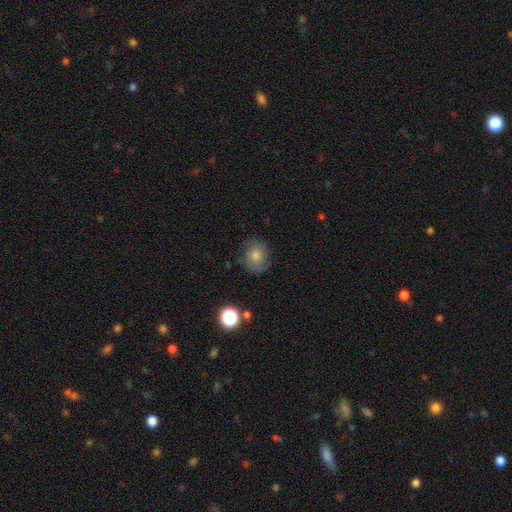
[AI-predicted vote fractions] A smooth galaxy with no disk features (66%) that is round (75%). Merging: none (75%).